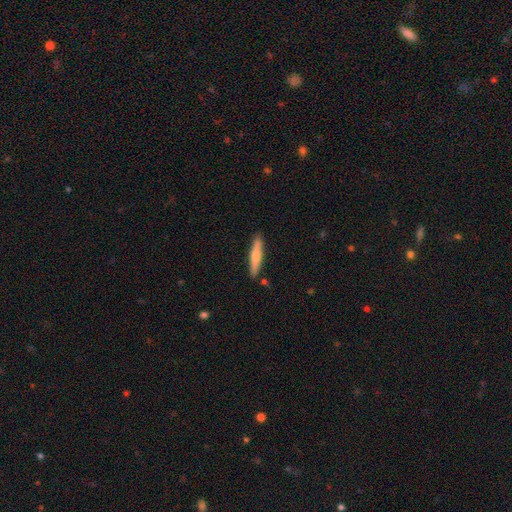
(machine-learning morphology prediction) This appears to be a smooth galaxy with no disk features (60%) that is cigar-shaped (88%). Merging: none (86%).